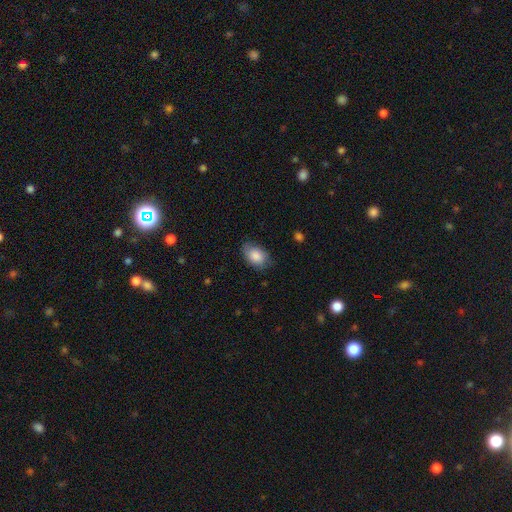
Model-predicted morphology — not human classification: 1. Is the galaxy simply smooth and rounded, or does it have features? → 85% smooth, 9% featured or disk, 7% star or artifact.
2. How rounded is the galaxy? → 87% in between, 11% round, 1% cigar-shaped.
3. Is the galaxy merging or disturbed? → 72% none, 22% minor disturbance, 5% major disturbance, 1% merger.